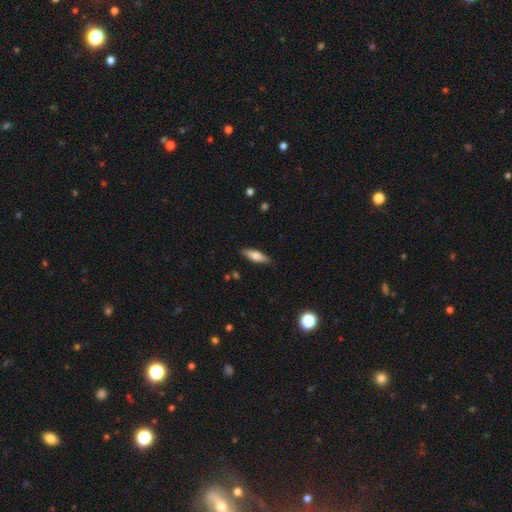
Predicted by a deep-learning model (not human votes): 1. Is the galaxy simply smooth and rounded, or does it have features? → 66% smooth, 28% featured or disk, 6% star or artifact.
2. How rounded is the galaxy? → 49% in between (tied), 49% cigar-shaped (tied), 2% round.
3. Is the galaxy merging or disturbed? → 87% none, 10% minor disturbance, 2% major disturbance, 1% merger.